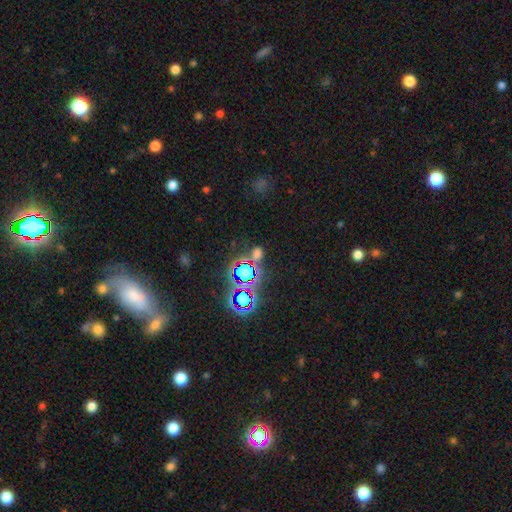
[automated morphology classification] Overall: star or artifact (70%).